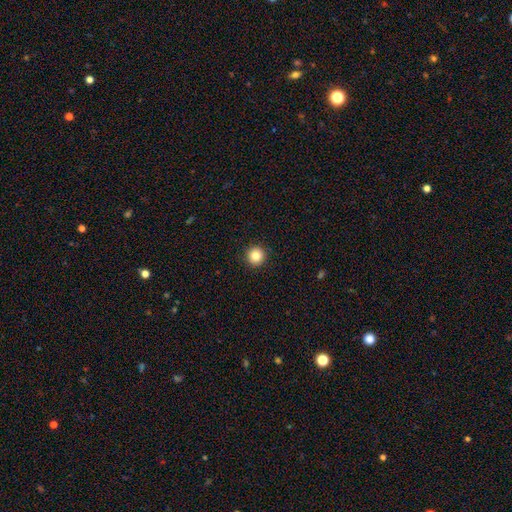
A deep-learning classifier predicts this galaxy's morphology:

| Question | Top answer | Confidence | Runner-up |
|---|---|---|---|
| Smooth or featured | smooth | 84% | star or artifact (10%) |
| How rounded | round | 96% | in between (3%) |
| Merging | none | 93% | minor disturbance (4%) |